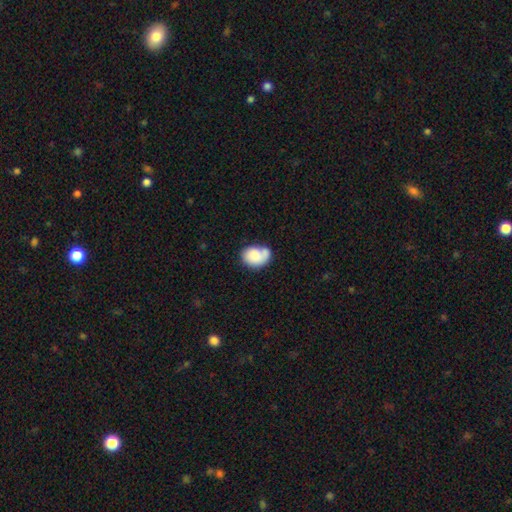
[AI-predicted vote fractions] Smooth or featured?
  - smooth: 75% *
  - featured or disk: 19%
  - star or artifact: 7%
How rounded?
  - in between: 66% *
  - round: 33%
  - cigar-shaped: 1%
Merging?
  - none: 38% *
  - merger: 26%
  - minor disturbance: 24%
  - major disturbance: 12%